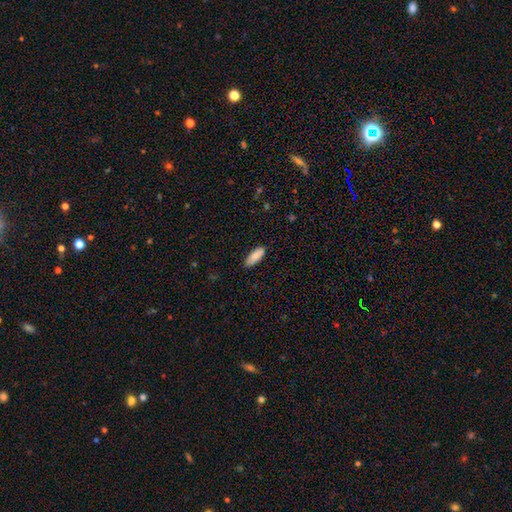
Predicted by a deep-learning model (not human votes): smooth-or-featured: smooth: 89% | star or artifact: 6% | featured or disk: 5%
  how-rounded: in between: 69% | cigar-shaped: 30% | round: 2%
  merging: none: 86% | minor disturbance: 11% | major disturbance: 2% | merger: 1%